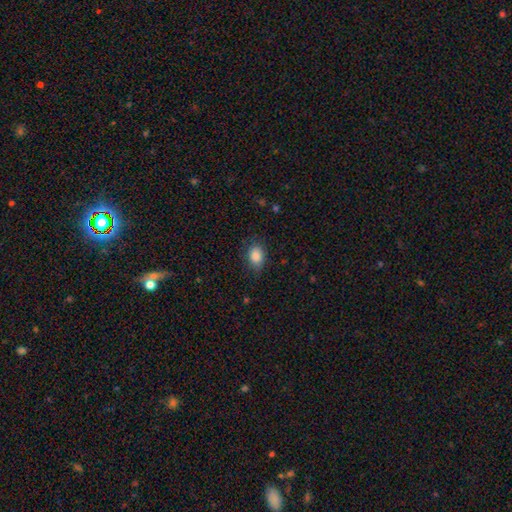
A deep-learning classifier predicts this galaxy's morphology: smooth_or_featured: smooth (p=0.86) [alt: star or artifact p=0.08]
how_rounded: in between (p=0.77) [alt: round p=0.22]
merging: none (p=0.77) [alt: minor disturbance p=0.17]